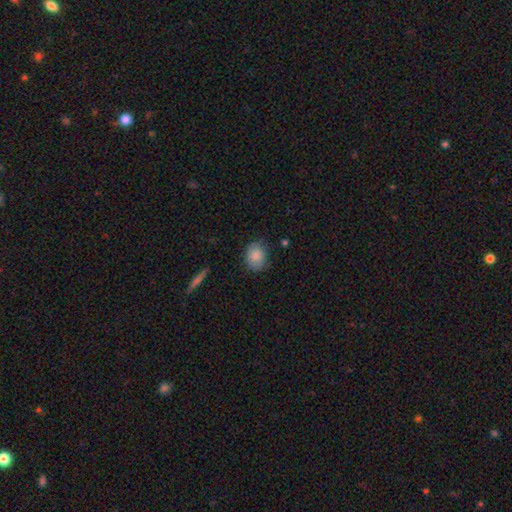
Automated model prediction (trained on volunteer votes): Smooth or featured?
  - smooth: 84% *
  - featured or disk: 8%
  - star or artifact: 7%
How rounded?
  - round: 51% *
  - in between: 48%
  - cigar-shaped: 1%
Merging?
  - none: 78% *
  - minor disturbance: 17%
  - major disturbance: 3%
  - merger: 1%